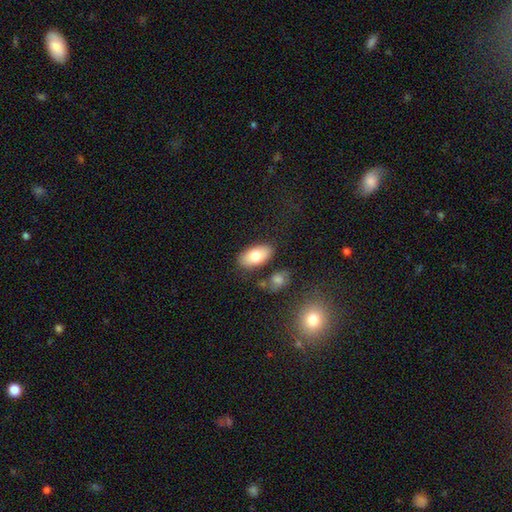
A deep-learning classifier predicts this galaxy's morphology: smooth_or_featured: smooth (p=0.77) [alt: featured or disk p=0.16]
how_rounded: in between (p=0.94) [alt: round p=0.04]
merging: none (p=0.80) [alt: minor disturbance p=0.11]